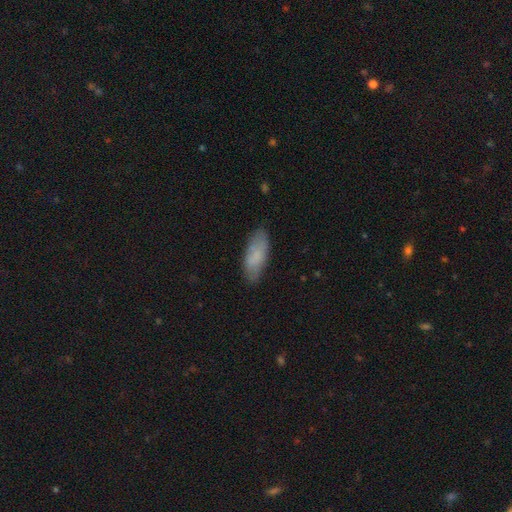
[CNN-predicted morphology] Smooth or featured: smooth — 78% (featured or disk — 15%)
How rounded: in between — 77% (cigar-shaped — 21%)
Merging: none — 77% (minor disturbance — 18%)